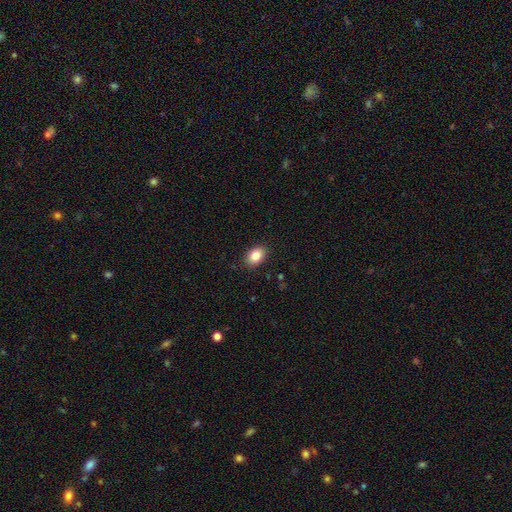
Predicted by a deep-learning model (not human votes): smooth-or-featured: smooth: 84% | star or artifact: 8% | featured or disk: 7%
  how-rounded: in between: 82% | round: 17% | cigar-shaped: 1%
  merging: none: 89% | minor disturbance: 8% | major disturbance: 2% | merger: 1%